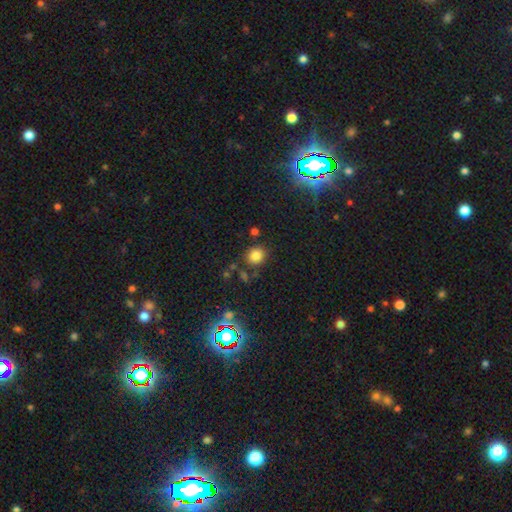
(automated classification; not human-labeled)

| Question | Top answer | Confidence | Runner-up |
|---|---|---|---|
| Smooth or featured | smooth | 81% | star or artifact (14%) |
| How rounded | round | 79% | in between (20%) |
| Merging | none | 79% | minor disturbance (11%) |